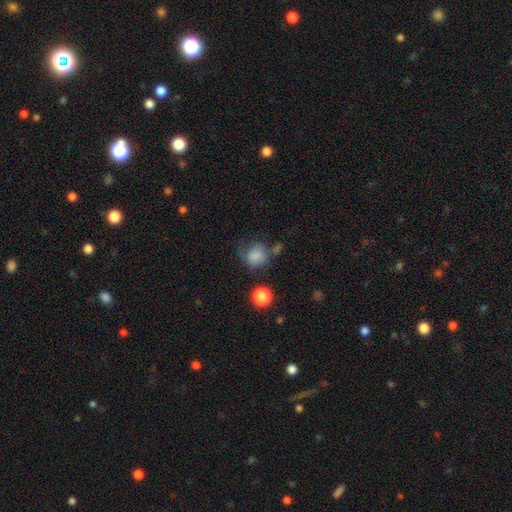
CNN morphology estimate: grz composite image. It shows a smooth galaxy with no disk features (78%) that is round (75%). Merging: none (45%).